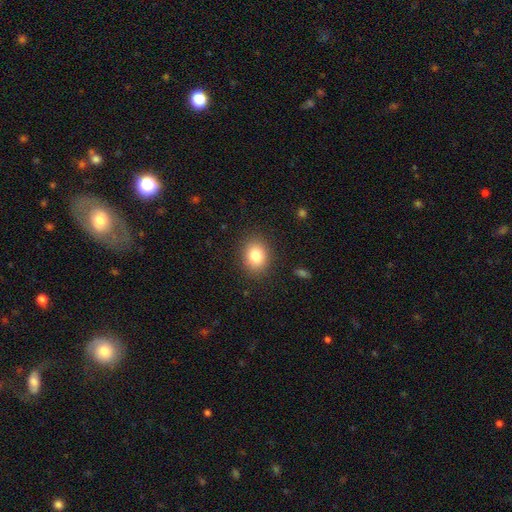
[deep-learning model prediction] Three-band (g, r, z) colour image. It shows a smooth galaxy with no disk features (82%) that is round (56%). Merging: none (88%).